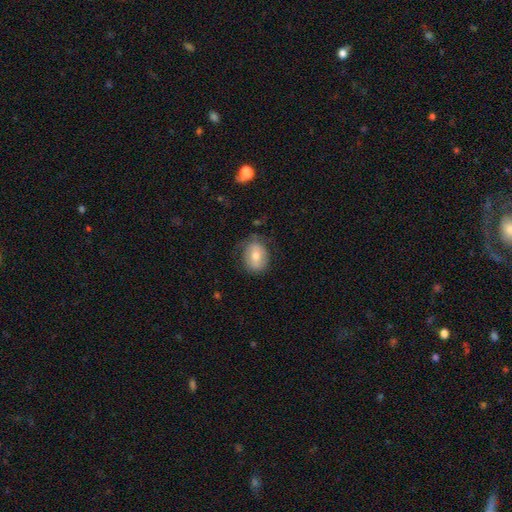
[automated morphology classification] Q: Smooth or featured?
A: smooth (68%); runner-up: featured or disk (24%)
Q: How rounded?
A: in between (64%); runner-up: round (35%)
Q: Merging?
A: none (70%); runner-up: minor disturbance (22%)